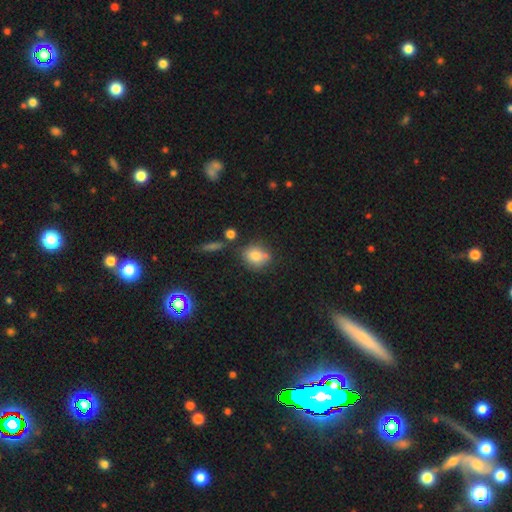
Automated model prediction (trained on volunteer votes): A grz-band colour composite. It shows a smooth galaxy with no disk features (79%) that is round (55%). Merging: none (62%).